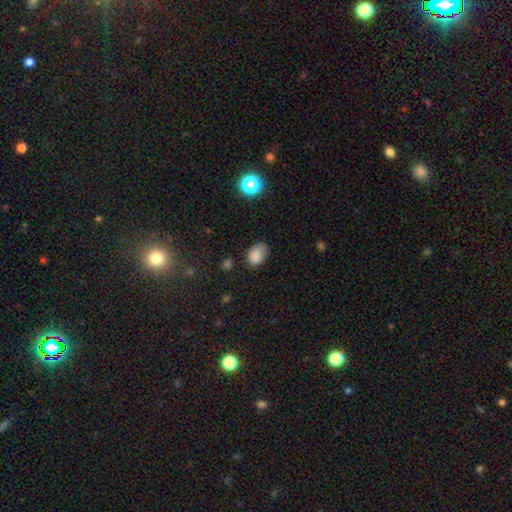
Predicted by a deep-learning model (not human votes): This appears to be a smooth galaxy with no disk features (83%) that is in between round and cigar-shaped (73%). Merging: none (60%).